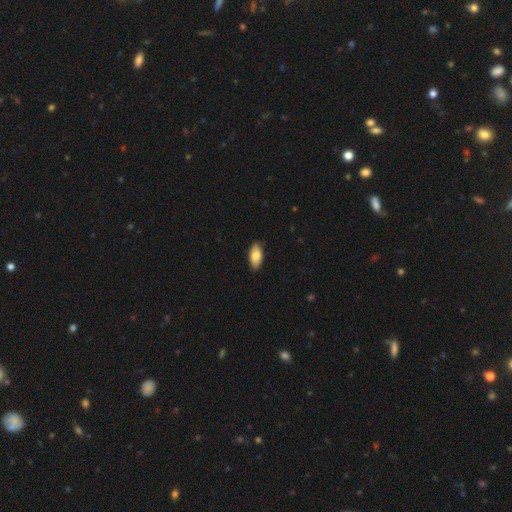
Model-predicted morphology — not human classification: Q: Smooth or featured?
A: smooth (80%); runner-up: featured or disk (14%)
Q: How rounded?
A: in between (90%); runner-up: cigar-shaped (8%)
Q: Merging?
A: none (86%); runner-up: minor disturbance (11%)